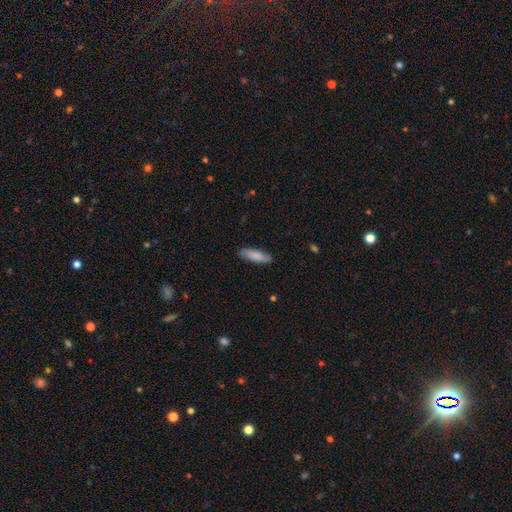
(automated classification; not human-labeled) smooth_or_featured: smooth (p=0.85) [alt: featured or disk p=0.10]
how_rounded: cigar-shaped (p=0.54) [alt: in between p=0.45]
merging: none (p=0.87) [alt: minor disturbance p=0.10]